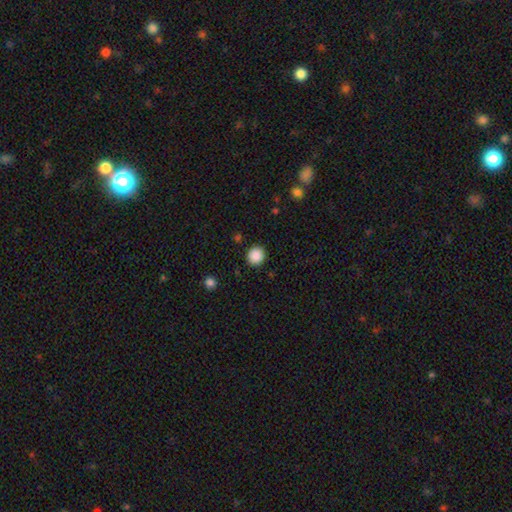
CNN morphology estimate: smooth 88%, star or artifact 9%, featured or disk 3%. Down the decision tree: how rounded — round (91%); merging — none (90%).